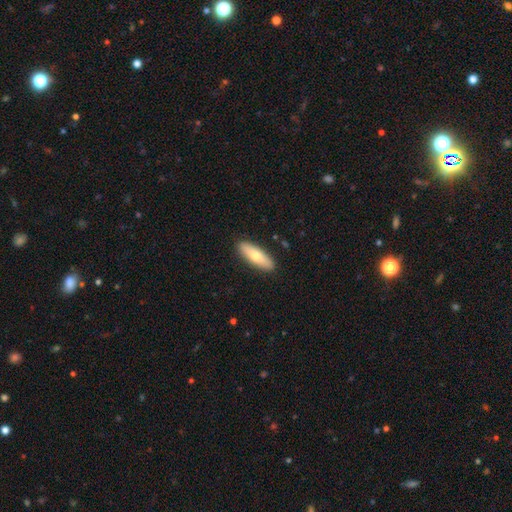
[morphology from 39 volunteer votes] smooth 74%, featured or disk 18%, star or artifact 8%. Down the decision tree: how rounded — in between (55%); merging — none (89%).